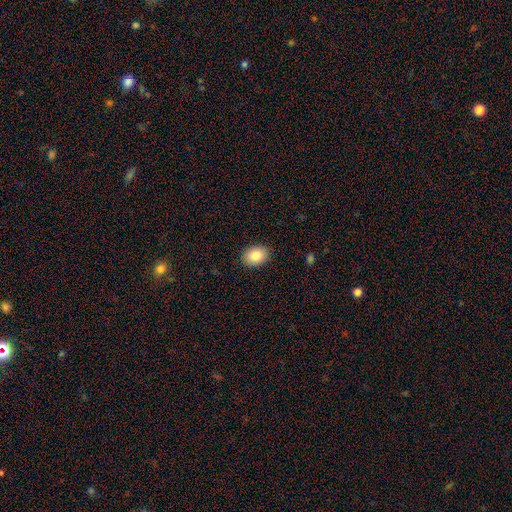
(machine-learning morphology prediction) A smooth galaxy with no disk features (85%) that is in between round and cigar-shaped (73%).

Vote fractions:
- Smooth or featured? smooth: 85% / star or artifact: 8% / featured or disk: 7%
- How rounded? in between: 73% / round: 26% / cigar-shaped: 1%
- Merging? none: 89% / minor disturbance: 8% / major disturbance: 2% / merger: 1%